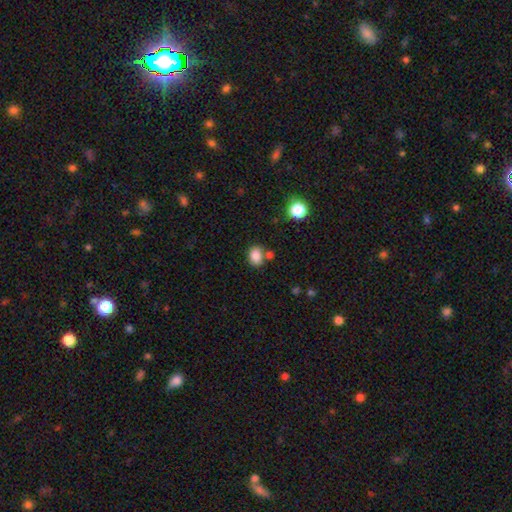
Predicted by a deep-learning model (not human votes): Smooth or featured: smooth — 85% (star or artifact — 10%)
How rounded: in between — 56% (round — 43%)
Merging: none — 65% (merger — 16%)